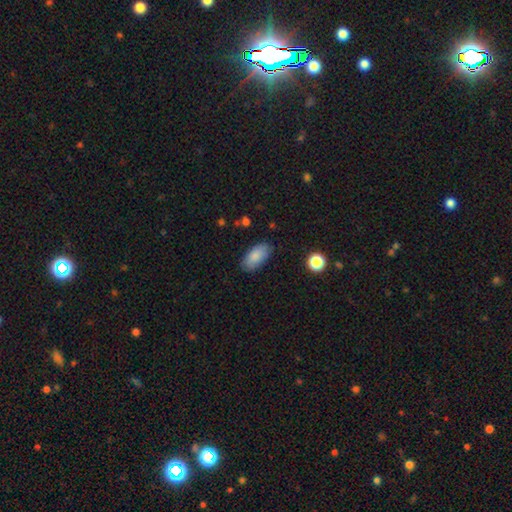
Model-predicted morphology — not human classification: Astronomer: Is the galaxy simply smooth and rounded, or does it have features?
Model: smooth — 86%.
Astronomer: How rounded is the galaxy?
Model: in between — 93%.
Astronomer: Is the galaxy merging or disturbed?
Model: none — 83%.